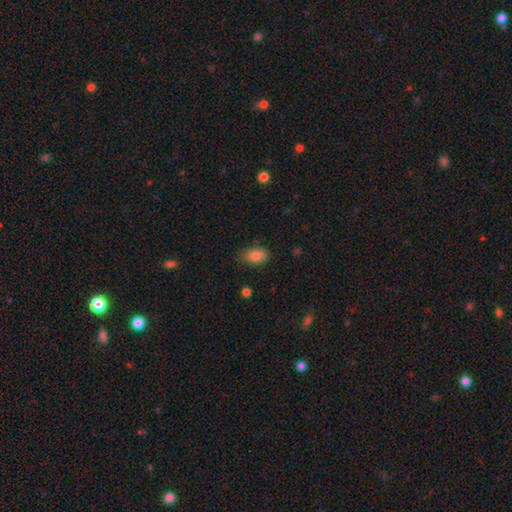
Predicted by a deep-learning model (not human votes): A smooth galaxy with no disk features (85%) that is in between round and cigar-shaped (86%).

Vote fractions:
- Smooth or featured? smooth: 85% / star or artifact: 9% / featured or disk: 6%
- How rounded? in between: 86% / round: 12% / cigar-shaped: 2%
- Merging? none: 69% / minor disturbance: 24% / major disturbance: 5% / merger: 2%